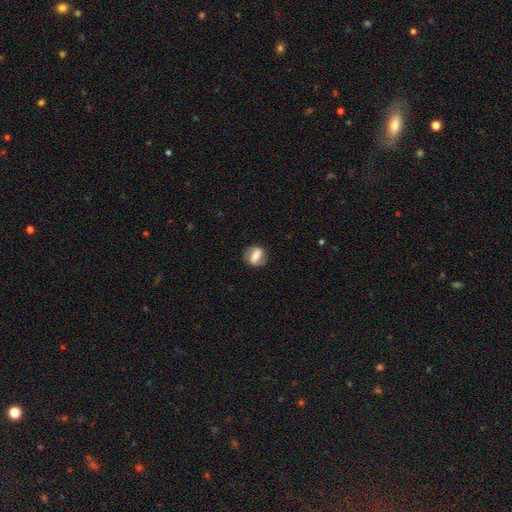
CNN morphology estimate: smooth_or_featured: featured or disk (p=0.48) [alt: smooth p=0.44]
merging: none (p=0.80) [alt: minor disturbance p=0.14]